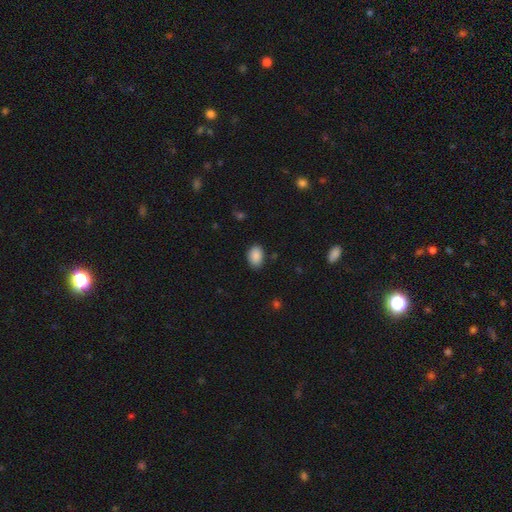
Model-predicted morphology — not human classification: Overall: smooth (88%). How rounded: in between (85%). Merging: none (81%).